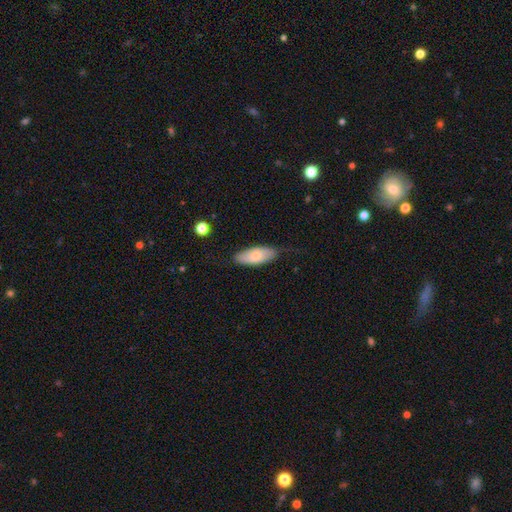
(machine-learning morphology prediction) smooth-or-featured: smooth: 77% | featured or disk: 17% | star or artifact: 6%
  how-rounded: in between: 80% | cigar-shaped: 18% | round: 2%
  merging: none: 72% | minor disturbance: 22% | major disturbance: 4% | merger: 1%